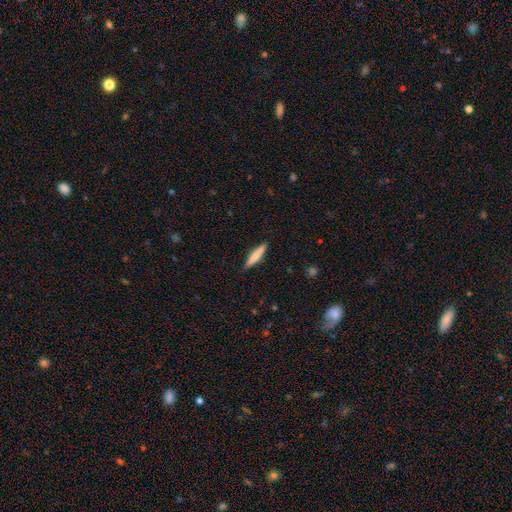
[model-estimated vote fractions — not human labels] Smooth or featured: smooth — 67% (featured or disk — 27%)
How rounded: cigar-shaped — 88% (in between — 10%)
Merging: none — 90% (minor disturbance — 8%)